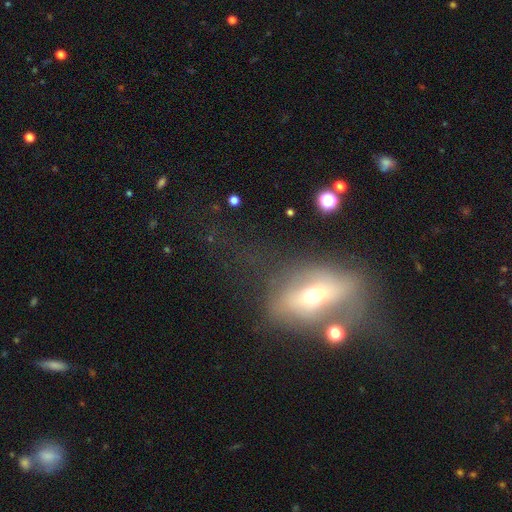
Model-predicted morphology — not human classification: Overall: featured or disk (44%; smooth 40%). Merging: none (39%; major disturbance 31%).